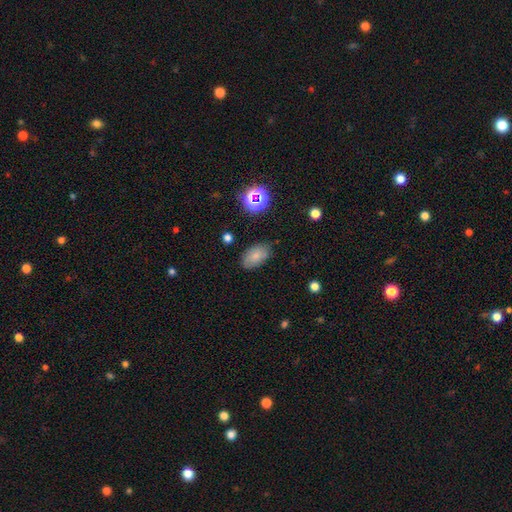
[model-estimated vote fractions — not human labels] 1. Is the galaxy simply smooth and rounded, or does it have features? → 76% smooth, 13% featured or disk, 11% star or artifact.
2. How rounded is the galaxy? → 92% in between, 7% round, 2% cigar-shaped.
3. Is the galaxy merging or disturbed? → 78% none, 16% minor disturbance, 4% major disturbance, 2% merger.